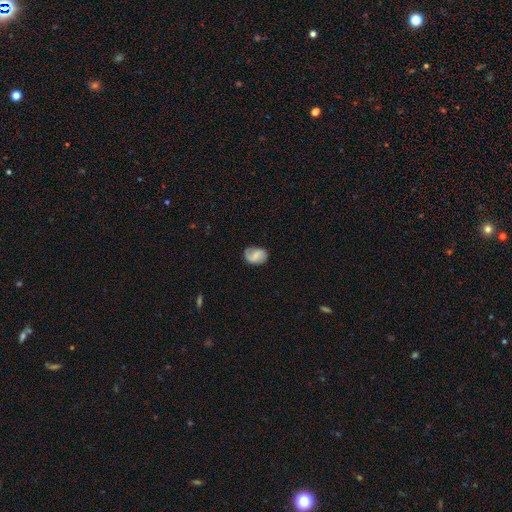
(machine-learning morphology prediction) smooth_or_featured: smooth (p=0.52) [alt: featured or disk p=0.39]
how_rounded: in between (p=0.70) [alt: round p=0.28]
merging: none (p=0.65) [alt: minor disturbance p=0.25]